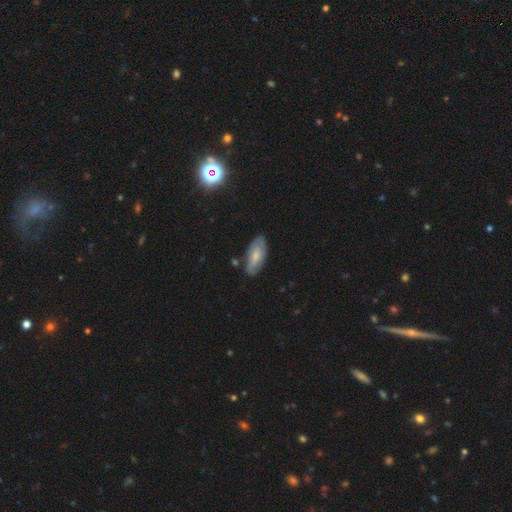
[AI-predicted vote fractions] The model was most divided on "smooth or featured": smooth: 60%, featured or disk: 33%, star or artifact: 6%. More confident: how rounded — in between (84%); merging — none (75%).